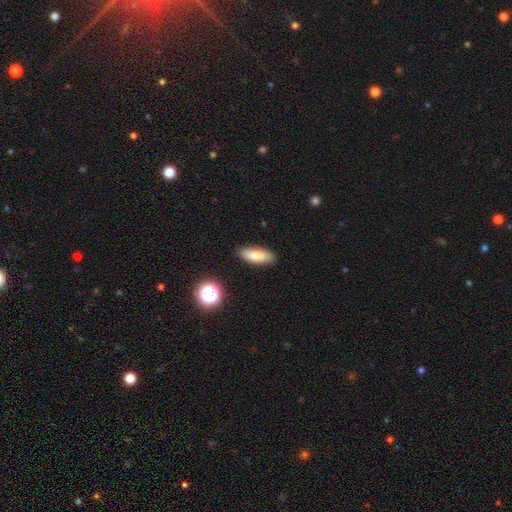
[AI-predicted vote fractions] This appears to be a smooth galaxy with no disk features (81%) that is in between round and cigar-shaped (66%). Merging: none (86%).